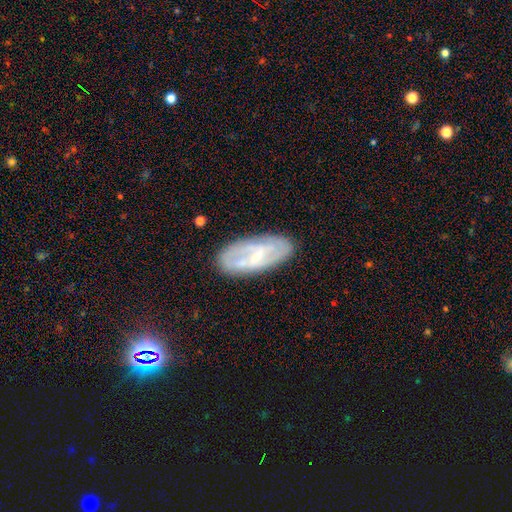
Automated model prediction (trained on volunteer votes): This is possibly a featured or disk galaxy (59%). It is clearly not viewed edge-on (87%). Bar: marginally weak (40%, tied with strong). Spiral arm pattern: possibly yes (56%). Central bulge: possibly small (51%). Merging: likely none (77%).